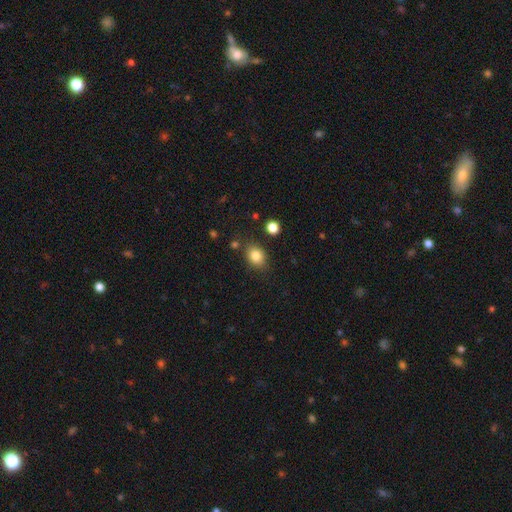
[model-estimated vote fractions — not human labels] Smooth or featured: smooth — 84% (star or artifact — 10%)
How rounded: in between — 53% (round — 46%)
Merging: none — 81% (minor disturbance — 12%)